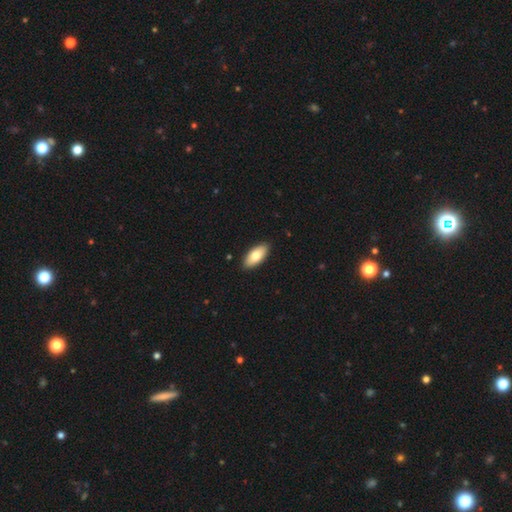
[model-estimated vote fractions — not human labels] This appears to be a smooth galaxy with no disk features (77%) that is in between round and cigar-shaped (90%). Merging: none (90%).